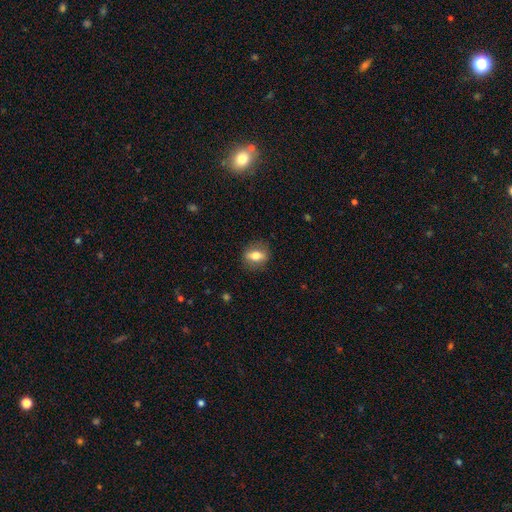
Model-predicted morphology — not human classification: Smooth or featured?
  - smooth: 69% *
  - featured or disk: 23%
  - star or artifact: 8%
How rounded?
  - in between: 65% *
  - round: 30%
  - cigar-shaped: 5%
Merging?
  - none: 84% *
  - minor disturbance: 11%
  - major disturbance: 4%
  - merger: 1%